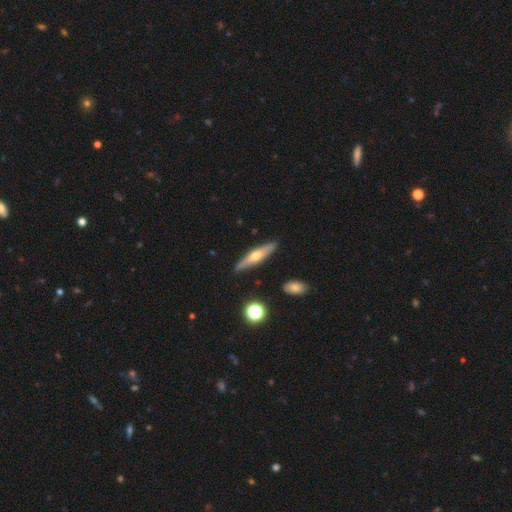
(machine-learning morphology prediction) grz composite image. It shows a featured or disk galaxy (50%) viewed edge-on (90%). Merging: none (87%).